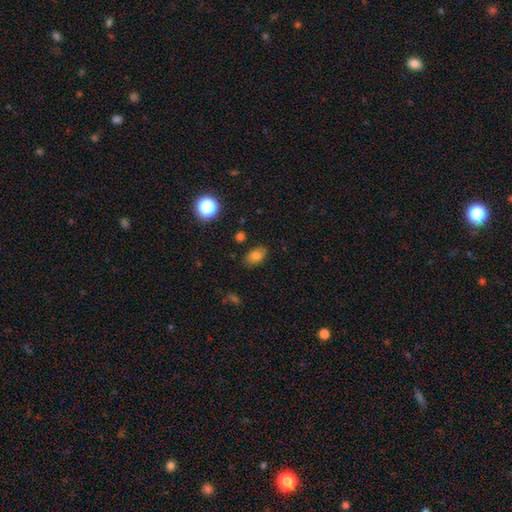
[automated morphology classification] smooth 78%, star or artifact 13%, featured or disk 9%. Down the decision tree: how rounded — in between (85%); merging — none (82%).